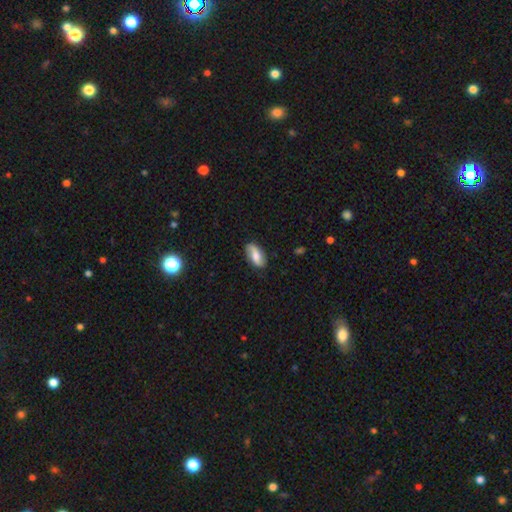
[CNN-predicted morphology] Q: Smooth or featured?
A: smooth (52%); runner-up: featured or disk (41%)
Q: How rounded?
A: in between (90%); runner-up: cigar-shaped (6%)
Q: Merging?
A: none (78%); runner-up: minor disturbance (17%)